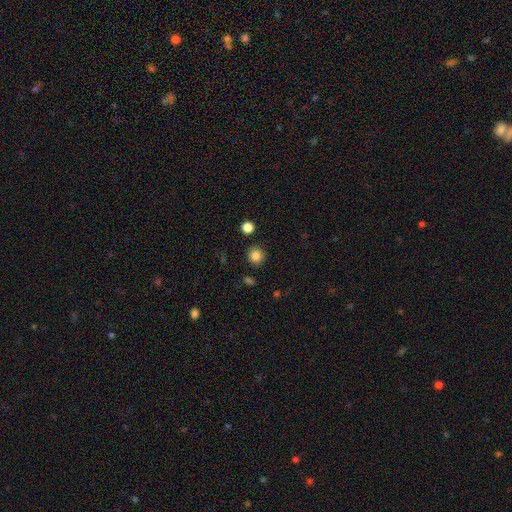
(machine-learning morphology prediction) type=smooth (84%); roundness=round (91%); merging=none (89%).